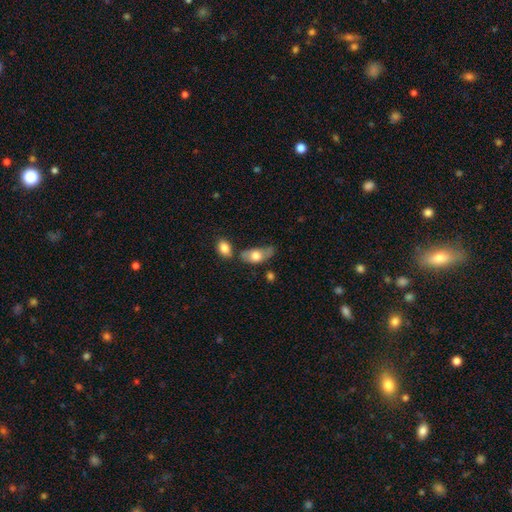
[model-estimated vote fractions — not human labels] Smooth or featured? Predicted: smooth (p=0.69). How rounded? Predicted: in between (p=0.88). Merging? Predicted: none (p=0.39).